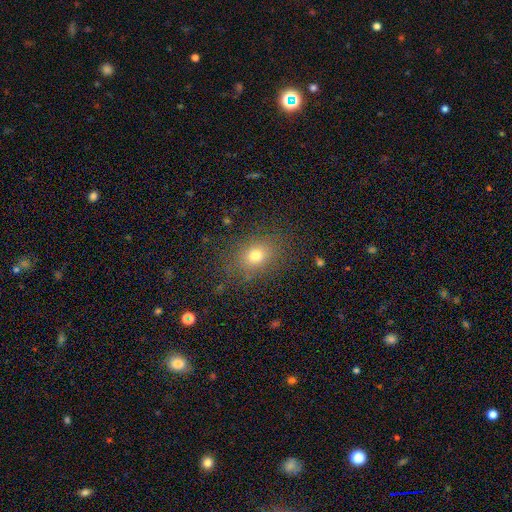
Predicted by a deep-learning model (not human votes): Overall: smooth (75%). How rounded: in between (55%; round 44%). Merging: none (82%).